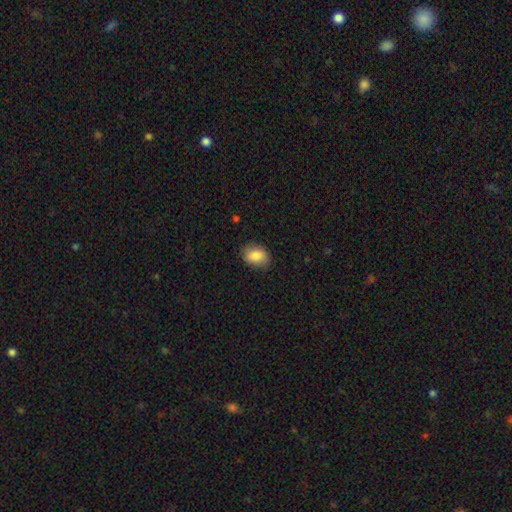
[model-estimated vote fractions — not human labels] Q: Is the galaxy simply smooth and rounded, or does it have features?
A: smooth — 83%.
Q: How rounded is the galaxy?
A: in between — 76%.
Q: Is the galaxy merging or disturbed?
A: none — 84%.